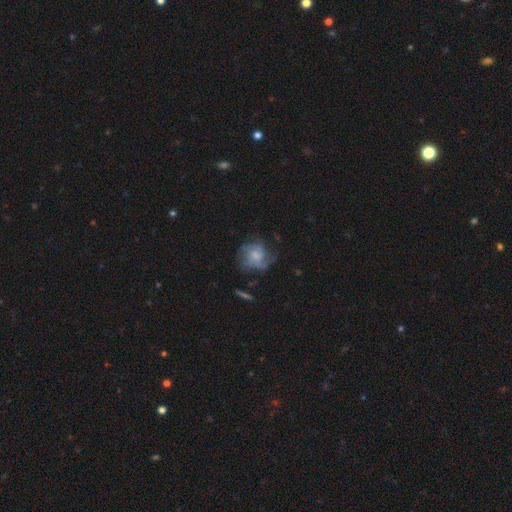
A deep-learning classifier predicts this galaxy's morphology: smooth-or-featured: featured or disk: 55% | smooth: 35% | star or artifact: 9%
  disk-edge-on: no: 97% | yes: 3%
    bar: no: 67% | weak: 29% | strong: 4%
    has-spiral-arms: yes: 72% | no: 28%
    bulge-size: small: 40% | moderate: 31% | none: 22% | large: 6% | dominant: 2%
  merging: none: 47% | major disturbance: 27% | minor disturbance: 24% | merger: 3%